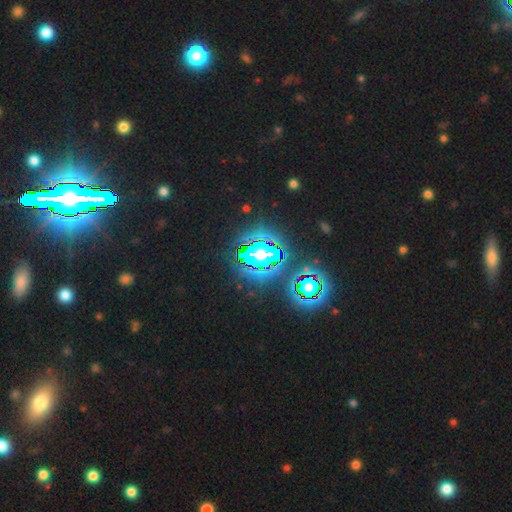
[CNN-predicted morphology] A star or artifact, not a galaxy (83%).

Vote fractions:
- Smooth or featured? star or artifact: 83% / smooth: 9% / featured or disk: 7%